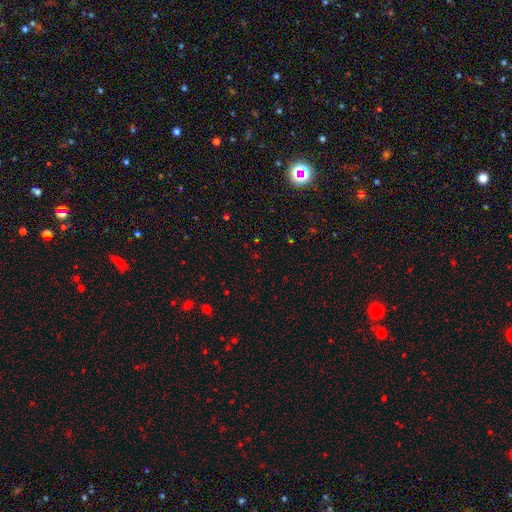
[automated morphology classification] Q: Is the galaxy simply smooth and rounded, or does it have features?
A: star or artifact — 64%.